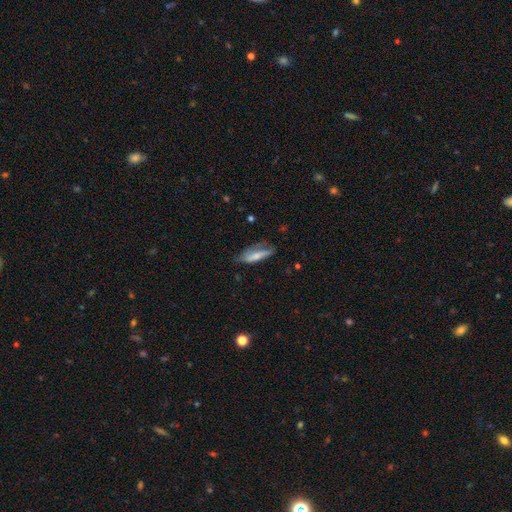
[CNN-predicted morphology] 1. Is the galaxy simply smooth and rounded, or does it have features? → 61% smooth, 32% featured or disk, 7% star or artifact.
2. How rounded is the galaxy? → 50% cigar-shaped, 48% in between, 2% round.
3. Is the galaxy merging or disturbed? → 50% none, 32% minor disturbance, 15% major disturbance, 3% merger.